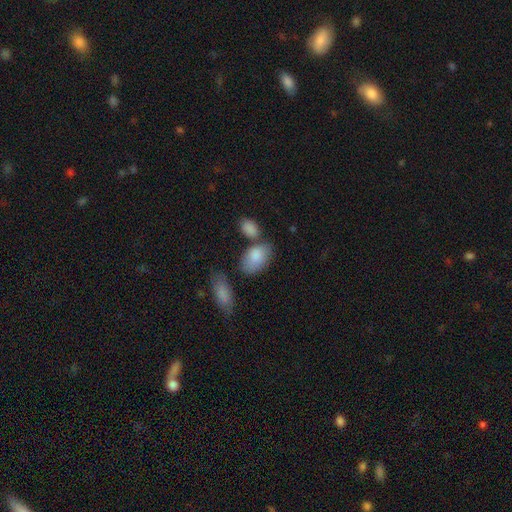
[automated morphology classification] type=smooth (84%); roundness=in between (91%); merging=none (54%).